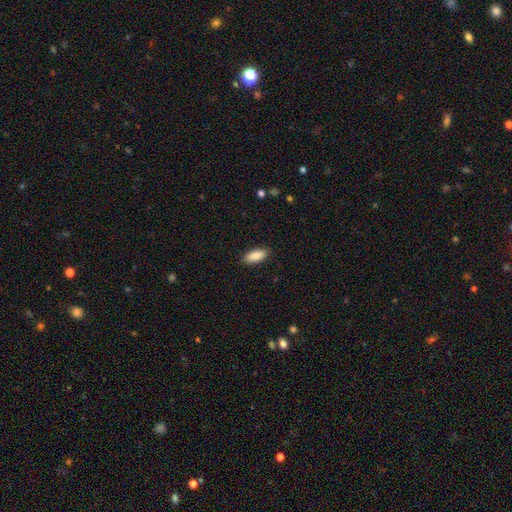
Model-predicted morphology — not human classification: A smooth galaxy with no disk features (88%) that is in between round and cigar-shaped (80%).

Vote fractions:
- Smooth or featured? smooth: 88% / featured or disk: 6% / star or artifact: 6%
- How rounded? in between: 80% / cigar-shaped: 18% / round: 2%
- Merging? none: 89% / minor disturbance: 8% / major disturbance: 2% / merger: 1%